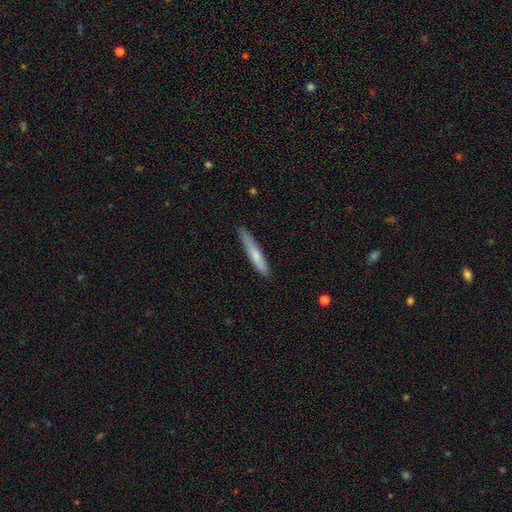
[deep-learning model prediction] Smooth or featured? smooth (68%)
How rounded? cigar-shaped (92%)
Merging? none (81%)